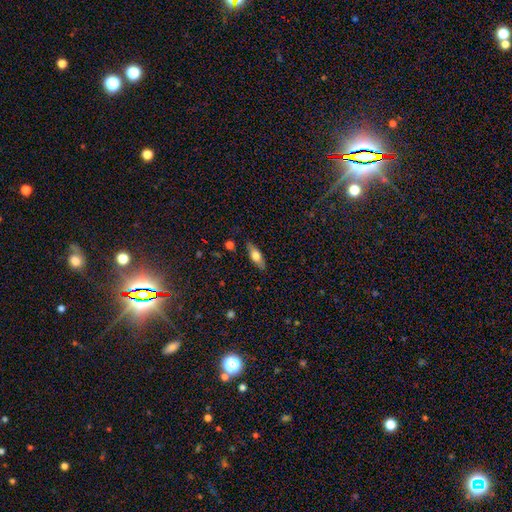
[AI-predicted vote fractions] Smooth or featured? Predicted: smooth (p=0.53). How rounded? Predicted: in between (p=0.55). Merging? Predicted: none (p=0.85).